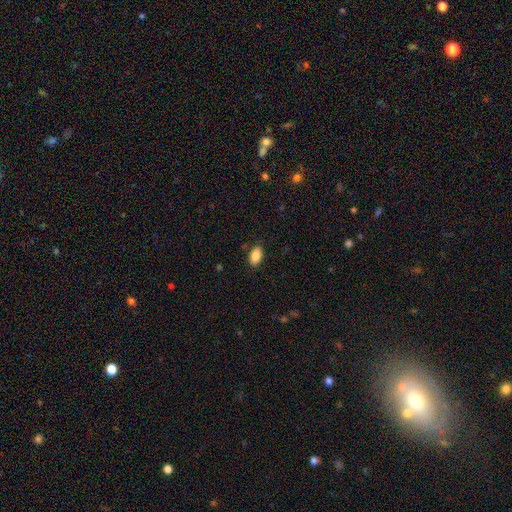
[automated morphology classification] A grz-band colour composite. It shows a smooth galaxy with no disk features (87%) that is in between round and cigar-shaped (93%). Merging: none (86%).